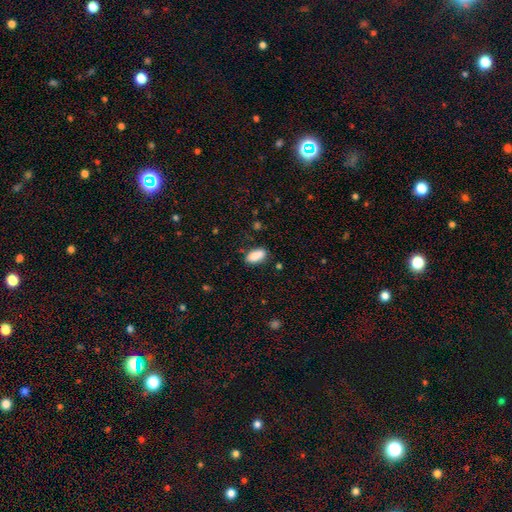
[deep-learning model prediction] This is clearly a smooth galaxy (84%). How rounded: clearly in between (88%). Merging: likely none (72%).